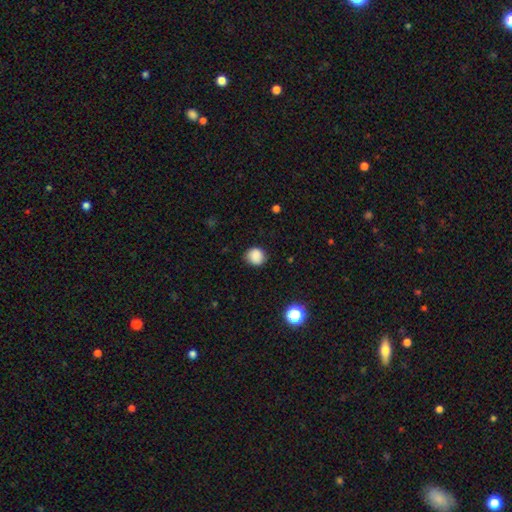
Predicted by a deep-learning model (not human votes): Morphology: type=smooth (86%); roundness=round (87%); merging=none (84%).